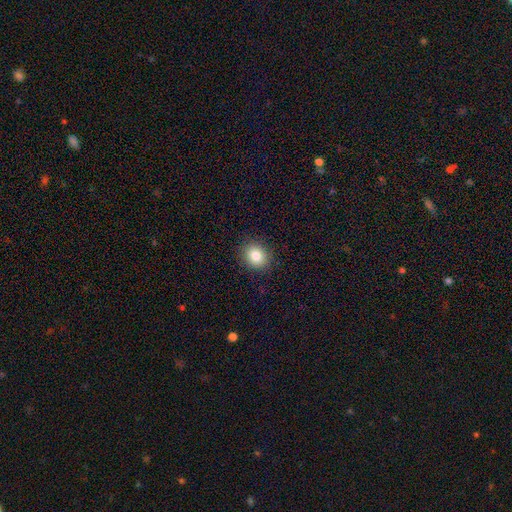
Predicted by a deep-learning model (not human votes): Q: Smooth or featured?
A: smooth (83%); runner-up: star or artifact (10%)
Q: How rounded?
A: round (66%); runner-up: in between (33%)
Q: Merging?
A: none (89%); runner-up: minor disturbance (8%)